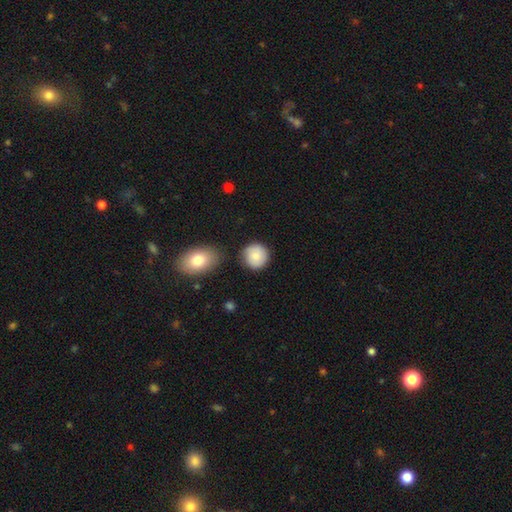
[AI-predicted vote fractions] smooth-or-featured: smooth: 82% | featured or disk: 11% | star or artifact: 7%
  how-rounded: round: 92% | in between: 7% | cigar-shaped: 1%
  merging: none: 82% | minor disturbance: 11% | merger: 4% | major disturbance: 3%